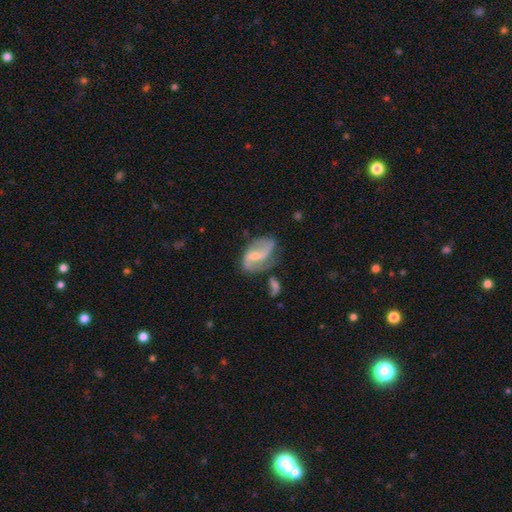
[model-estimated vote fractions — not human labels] Overall: featured or disk (75%). Edge-on disk: no (97%). Bar: weak (49%; no 28%). Spiral arms: yes (88%). Spiral arm count: 2 (83%). Spiral winding: loose (59%; medium 31%). Bulge size: small (52%; moderate 38%). Merging: none (46%; minor disturbance 26%).